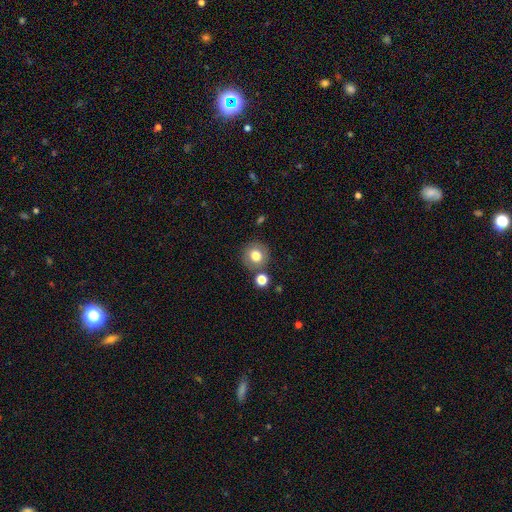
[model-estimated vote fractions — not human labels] smooth_or_featured: smooth (p=0.78) [alt: featured or disk p=0.12]
how_rounded: round (p=0.89) [alt: in between p=0.10]
merging: none (p=0.78) [alt: minor disturbance p=0.10]